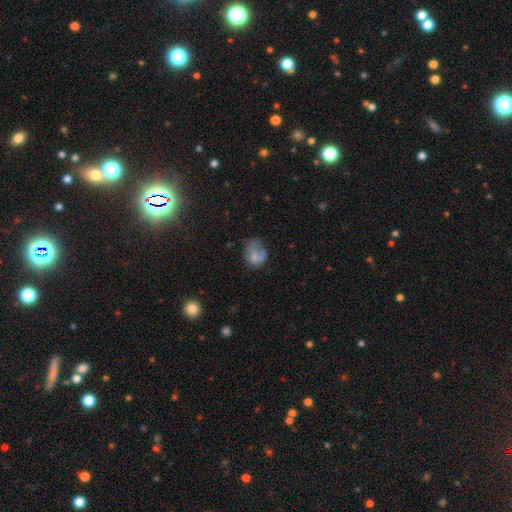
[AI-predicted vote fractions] smooth-or-featured: smooth: 66% | featured or disk: 23% | star or artifact: 11%
  how-rounded: round: 52% | in between: 47% | cigar-shaped: 1%
  merging: none: 35% | major disturbance: 31% | minor disturbance: 29% | merger: 5%